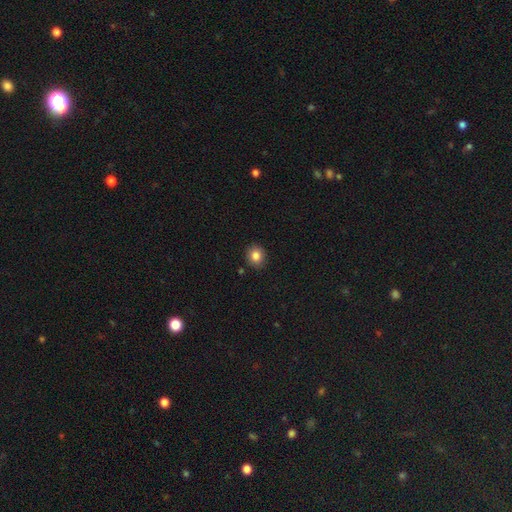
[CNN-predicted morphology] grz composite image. It shows a smooth galaxy with no disk features (83%) that is round (77%). Merging: none (89%).